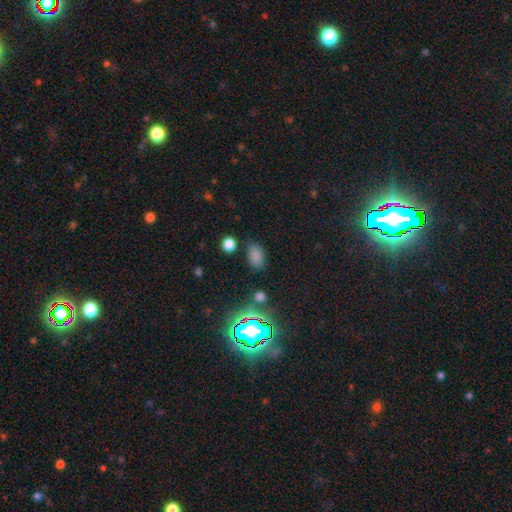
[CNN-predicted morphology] smooth-or-featured: smooth: 75% | star or artifact: 19% | featured or disk: 5%
  how-rounded: in between: 88% | round: 9% | cigar-shaped: 2%
  merging: none: 77% | minor disturbance: 14% | major disturbance: 5% | merger: 4%